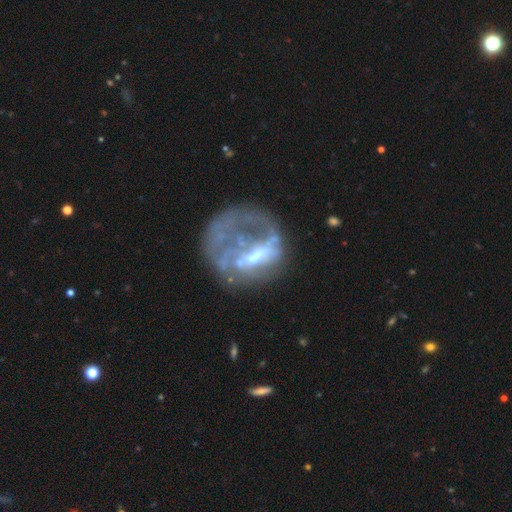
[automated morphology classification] Overall: featured or disk (67%). Edge-on disk: no (97%). Bar: no (53%; weak 28%). Spiral arms: no (74%). Bulge size: none (34%; moderate 33%). Merging: major disturbance (42%; none 33%).